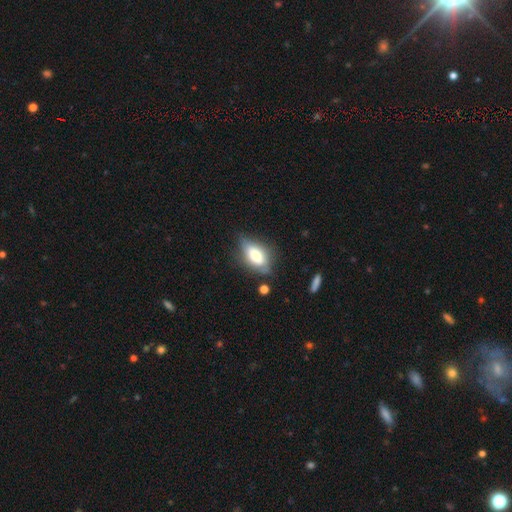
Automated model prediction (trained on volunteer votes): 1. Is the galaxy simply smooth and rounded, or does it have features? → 67% smooth, 25% featured or disk, 8% star or artifact.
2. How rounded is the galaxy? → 87% in between, 8% cigar-shaped, 5% round.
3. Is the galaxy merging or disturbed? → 59% none, 29% minor disturbance, 9% major disturbance, 4% merger.